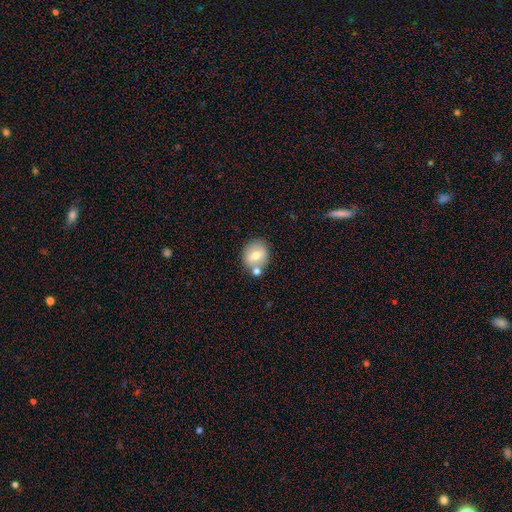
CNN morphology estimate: smooth_or_featured: smooth (p=0.64) [alt: featured or disk p=0.27]
how_rounded: round (p=0.69) [alt: in between p=0.30]
merging: none (p=0.67) [alt: merger p=0.17]